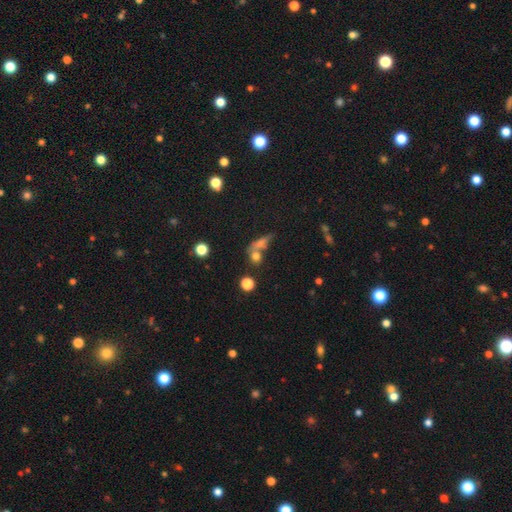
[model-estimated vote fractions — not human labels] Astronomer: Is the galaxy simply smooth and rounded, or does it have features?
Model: smooth — 51% (runner-up: star or artifact, 28%).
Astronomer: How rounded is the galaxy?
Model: in between — 47% (runner-up: round, 41%).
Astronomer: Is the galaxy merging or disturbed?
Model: merger — 39%, tied with none at 39%.